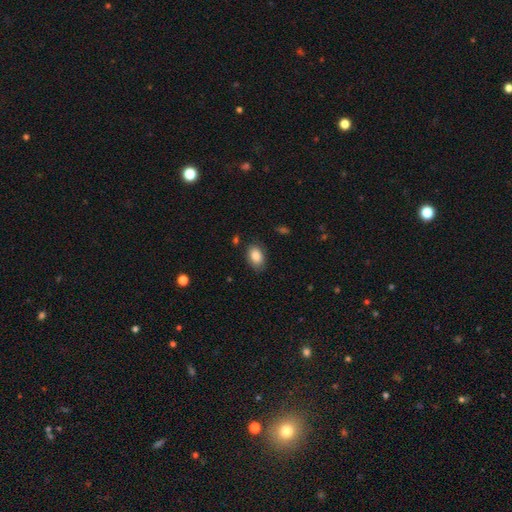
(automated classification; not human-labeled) A smooth galaxy with no disk features (87%) that is in between round and cigar-shaped (86%). Merging: none (82%).